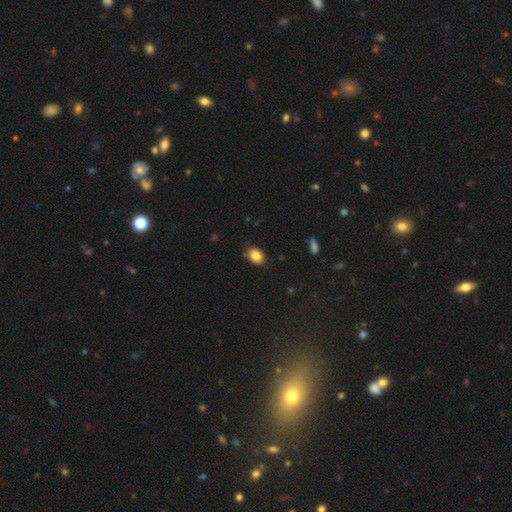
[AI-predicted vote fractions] Smooth or featured? Predicted: smooth (p=0.84). How rounded? Predicted: in between (p=0.69). Merging? Predicted: none (p=0.80).